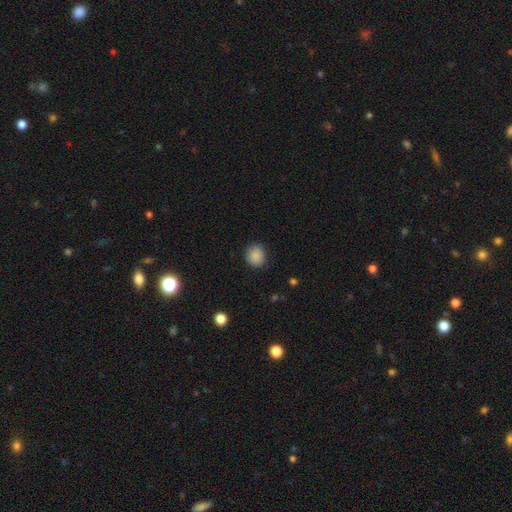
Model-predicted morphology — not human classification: A smooth galaxy with no disk features (87%) that is round (81%).

Vote fractions:
- Smooth or featured? smooth: 87% / star or artifact: 9% / featured or disk: 4%
- How rounded? round: 81% / in between: 18% / cigar-shaped: 1%
- Merging? none: 84% / minor disturbance: 12% / major disturbance: 3% / merger: 1%